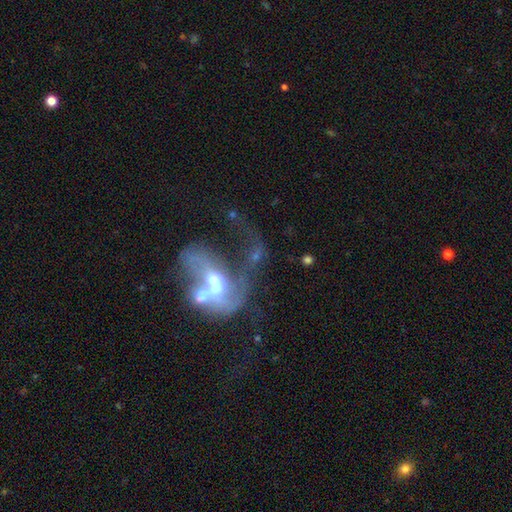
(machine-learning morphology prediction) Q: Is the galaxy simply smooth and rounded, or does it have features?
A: featured or disk — 68%.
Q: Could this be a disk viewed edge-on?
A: no — 96%.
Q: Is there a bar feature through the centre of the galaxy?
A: no — 64%.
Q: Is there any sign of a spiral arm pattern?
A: yes — 55%.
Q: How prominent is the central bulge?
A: moderate — 62%.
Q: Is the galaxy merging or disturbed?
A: merger — 57%.